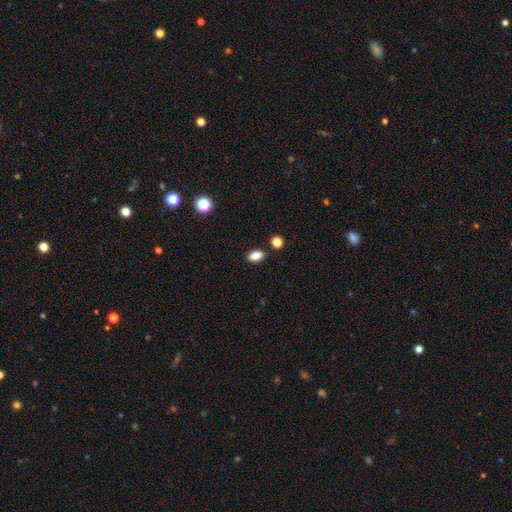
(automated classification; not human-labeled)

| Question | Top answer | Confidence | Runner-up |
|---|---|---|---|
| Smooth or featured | smooth | 86% | star or artifact (10%) |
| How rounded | in between | 86% | round (12%) |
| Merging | none | 85% | minor disturbance (9%) |